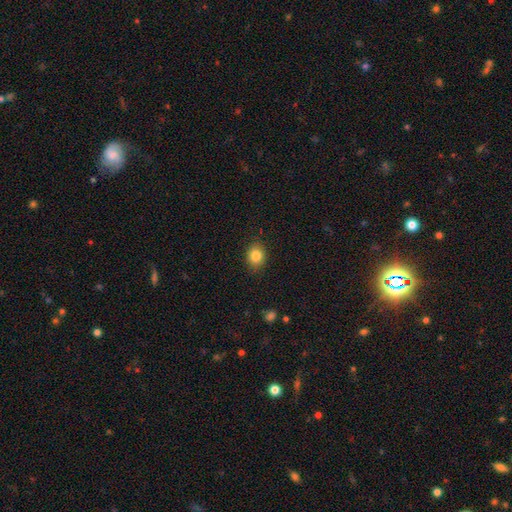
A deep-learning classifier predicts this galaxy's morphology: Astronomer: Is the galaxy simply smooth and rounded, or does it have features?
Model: smooth — 84%.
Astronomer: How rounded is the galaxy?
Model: round — 57% (runner-up: in between, 42%).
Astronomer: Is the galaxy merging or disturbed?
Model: none — 87%.